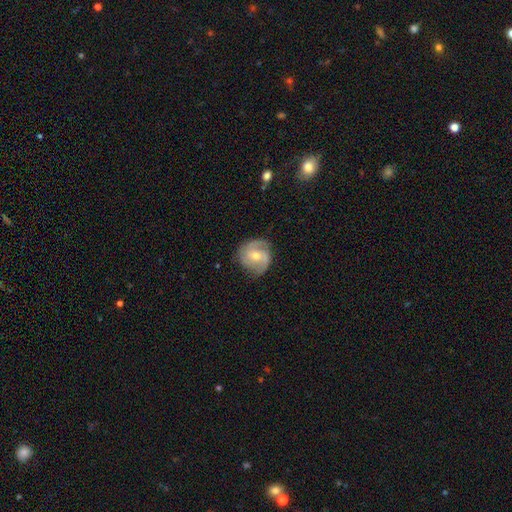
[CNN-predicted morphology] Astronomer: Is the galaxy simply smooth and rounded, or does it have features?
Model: featured or disk — 77%.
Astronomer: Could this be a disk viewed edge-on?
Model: no — 97%.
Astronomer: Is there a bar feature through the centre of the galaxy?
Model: no — 48% (runner-up: weak, 40%).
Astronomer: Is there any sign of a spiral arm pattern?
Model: yes — 93%.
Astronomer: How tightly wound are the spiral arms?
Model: medium — 43% (runner-up: tight, 42%).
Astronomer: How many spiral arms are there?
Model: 2 — 62%.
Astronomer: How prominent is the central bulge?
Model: moderate — 54% (runner-up: small, 43%).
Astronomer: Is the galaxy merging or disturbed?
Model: none — 72%.